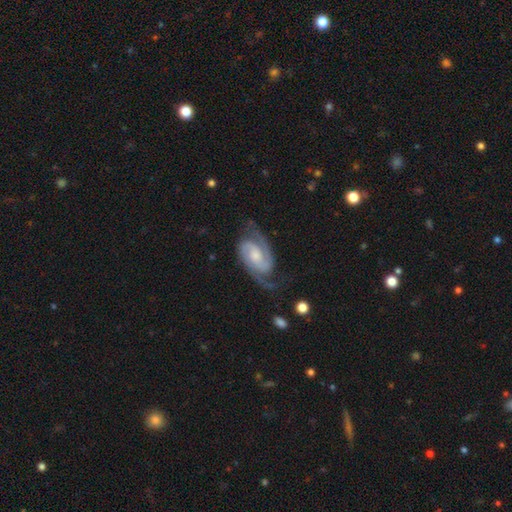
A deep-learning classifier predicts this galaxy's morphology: featured or disk 91%, smooth 5%, star or artifact 4%. Down the decision tree: edge-on disk — no (97%); bar — no (50%); spiral arms — yes (98%); spiral arm count — 2 (91%); spiral winding — medium (48%); bulge size — moderate (46%); merging — none (72%).